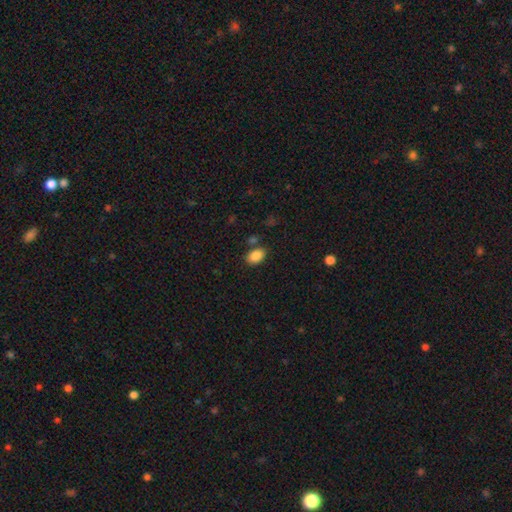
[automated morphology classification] A smooth galaxy with no disk features (87%) that is in between round and cigar-shaped (84%).

Vote fractions:
- Smooth or featured? smooth: 87% / star or artifact: 8% / featured or disk: 4%
- How rounded? in between: 84% / round: 14% / cigar-shaped: 1%
- Merging? none: 75% / minor disturbance: 13% / merger: 9% / major disturbance: 4%